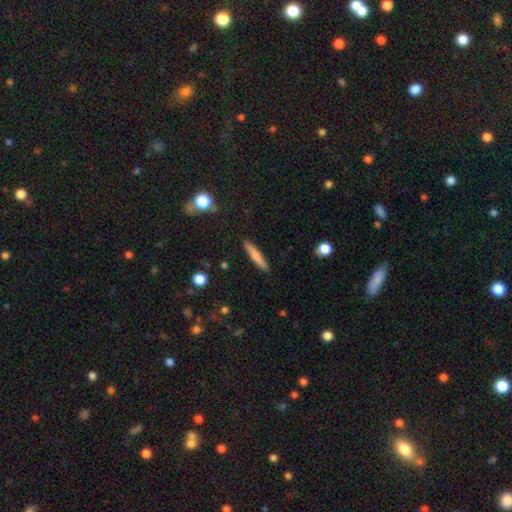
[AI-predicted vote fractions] This is likely a smooth galaxy (70%). How rounded: clearly cigar-shaped (91%). Merging: clearly none (90%).